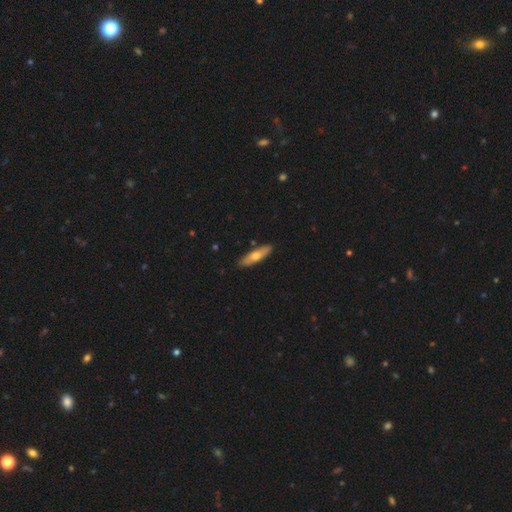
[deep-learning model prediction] This appears to be a smooth galaxy with no disk features (59%) that is cigar-shaped (70%). Merging: none (89%).